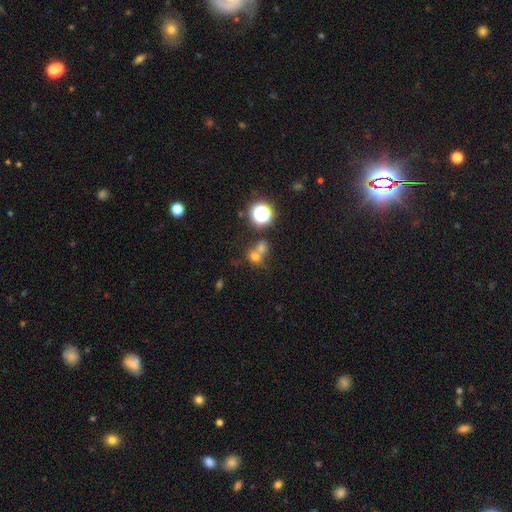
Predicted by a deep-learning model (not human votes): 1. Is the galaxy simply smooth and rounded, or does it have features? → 60% smooth, 28% star or artifact, 13% featured or disk.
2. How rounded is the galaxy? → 80% round, 19% in between, 1% cigar-shaped.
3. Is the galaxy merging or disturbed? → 49% merger, 40% none, 7% minor disturbance, 4% major disturbance.